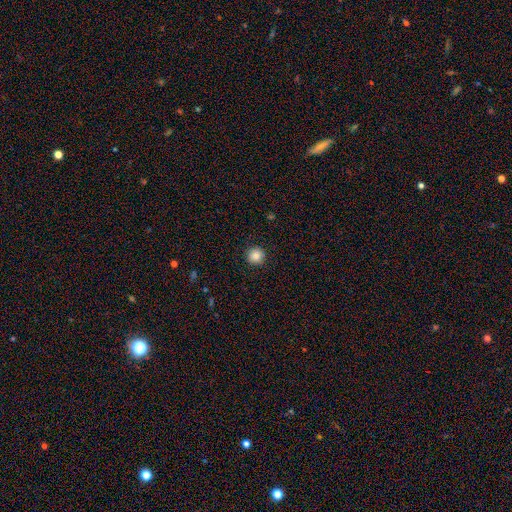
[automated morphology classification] Smooth or featured? smooth (85%)
How rounded? round (95%)
Merging? none (92%)